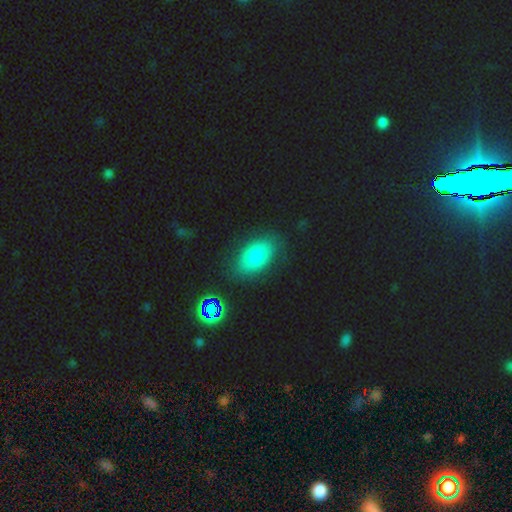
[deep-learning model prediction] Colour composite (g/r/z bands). It shows a smooth galaxy with no disk features (74%) that is in between round and cigar-shaped (89%). Merging: none (78%).